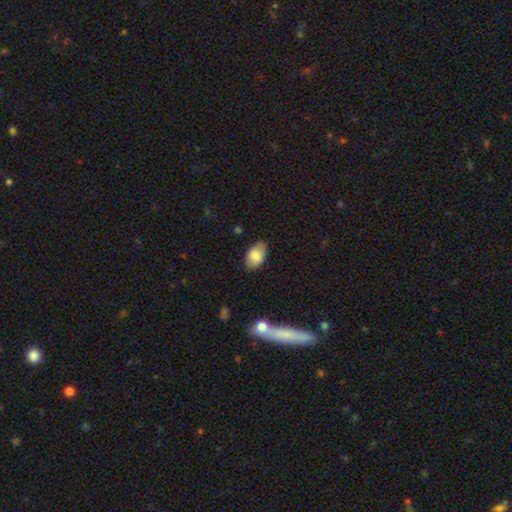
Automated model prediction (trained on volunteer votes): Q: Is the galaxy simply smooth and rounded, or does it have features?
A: smooth — 83%.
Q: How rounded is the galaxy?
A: in between — 91%.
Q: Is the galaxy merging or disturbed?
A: none — 79%.